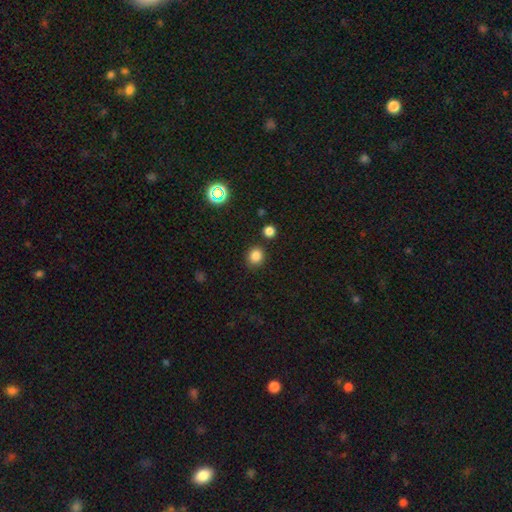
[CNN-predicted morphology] smooth-or-featured: smooth: 83% | star or artifact: 13% | featured or disk: 4%
  how-rounded: round: 82% | in between: 18% | cigar-shaped: 1%
  merging: none: 85% | minor disturbance: 8% | merger: 4% | major disturbance: 3%